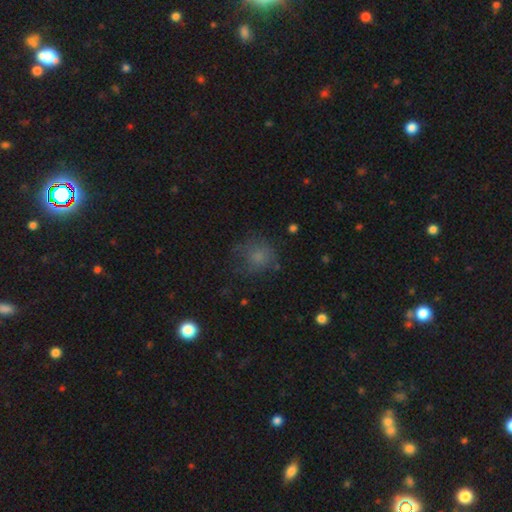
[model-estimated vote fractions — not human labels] Q: Smooth or featured?
A: smooth (72%); runner-up: star or artifact (16%)
Q: How rounded?
A: round (83%); runner-up: in between (16%)
Q: Merging?
A: none (61%); runner-up: minor disturbance (22%)